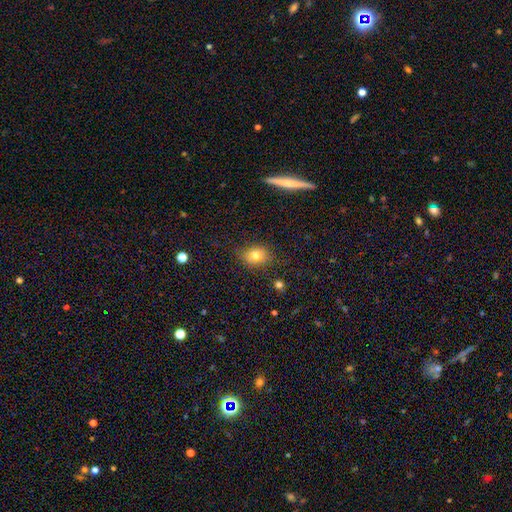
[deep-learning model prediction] Q: Smooth or featured?
A: smooth (78%); runner-up: star or artifact (11%)
Q: How rounded?
A: round (56%); runner-up: in between (43%)
Q: Merging?
A: none (82%); runner-up: minor disturbance (12%)